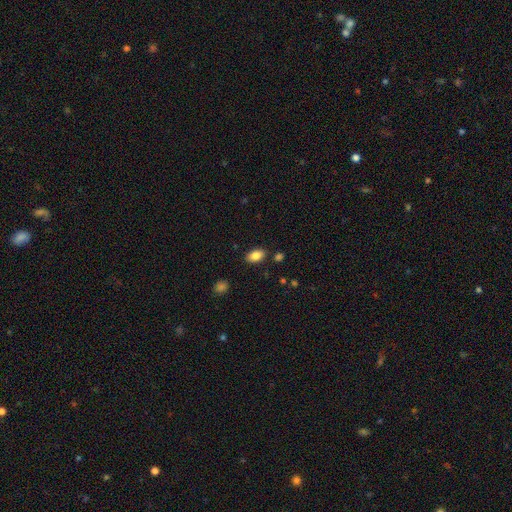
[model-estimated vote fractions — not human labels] Smooth or featured? Predicted: smooth (p=0.85). How rounded? Predicted: in between (p=0.91). Merging? Predicted: none (p=0.85).